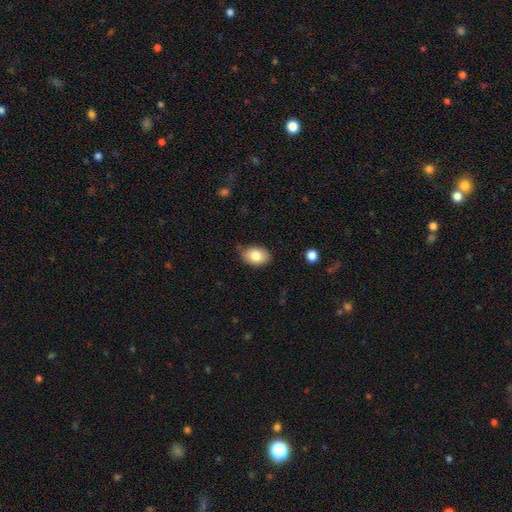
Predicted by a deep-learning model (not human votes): smooth-or-featured: smooth: 82% | featured or disk: 10% | star or artifact: 7%
  how-rounded: in between: 86% | round: 13% | cigar-shaped: 1%
  merging: none: 78% | minor disturbance: 18% | major disturbance: 3% | merger: 2%